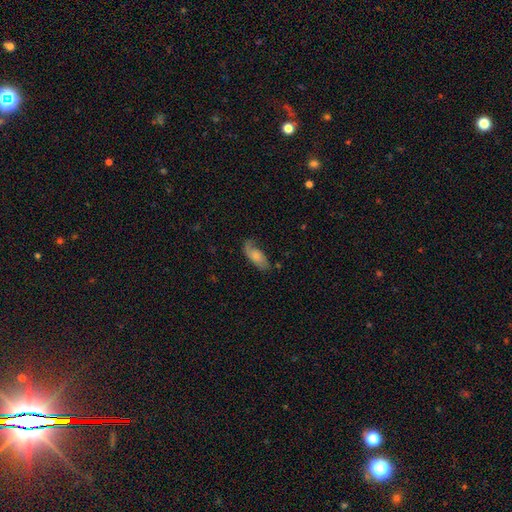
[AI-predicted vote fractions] Q: Smooth or featured?
A: smooth (54%); runner-up: featured or disk (39%)
Q: How rounded?
A: in between (83%); runner-up: cigar-shaped (14%)
Q: Merging?
A: none (60%); runner-up: minor disturbance (26%)